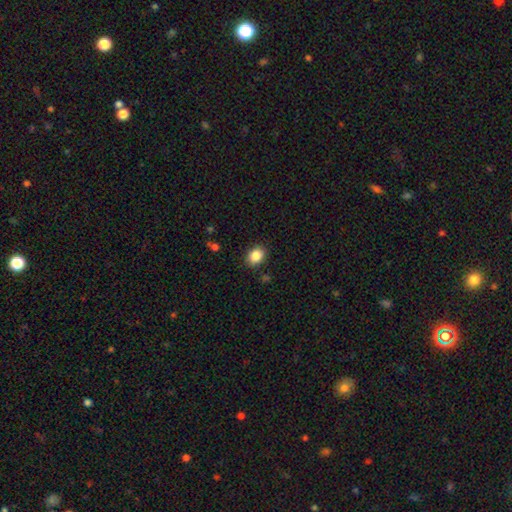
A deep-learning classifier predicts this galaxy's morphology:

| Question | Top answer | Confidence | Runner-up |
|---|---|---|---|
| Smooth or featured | smooth | 87% | star or artifact (9%) |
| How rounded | in between | 61% | round (38%) |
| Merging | none | 88% | minor disturbance (9%) |